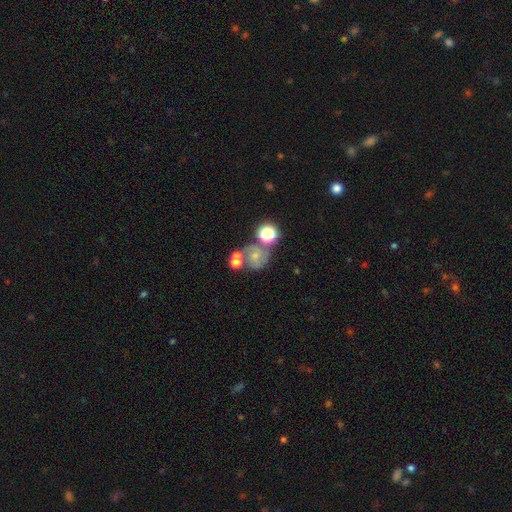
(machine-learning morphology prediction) Smooth or featured: featured or disk — 45% (smooth — 41%)
Merging: none — 39% (merger — 35%)